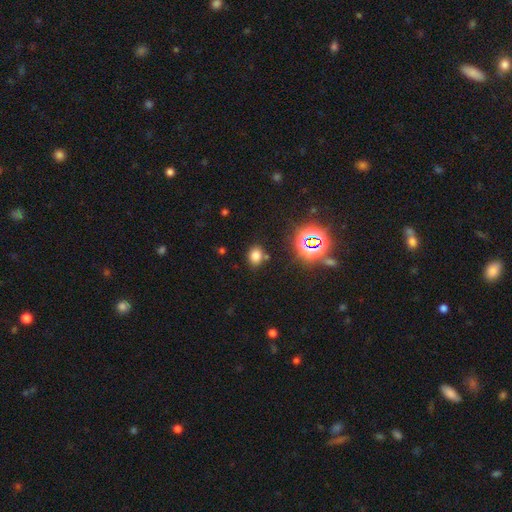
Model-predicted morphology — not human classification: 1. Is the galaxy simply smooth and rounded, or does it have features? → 72% smooth, 22% star or artifact, 7% featured or disk.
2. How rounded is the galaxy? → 51% in between, 47% round, 1% cigar-shaped.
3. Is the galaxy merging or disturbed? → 79% none, 11% minor disturbance, 6% merger, 4% major disturbance.